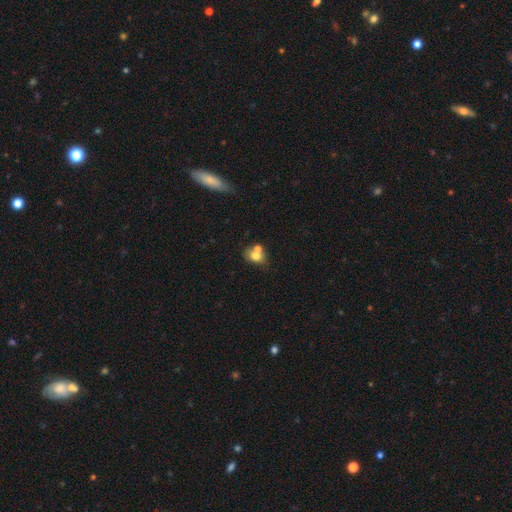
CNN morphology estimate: type=smooth (71%); roundness=in between (56%); merging=merger (47%).